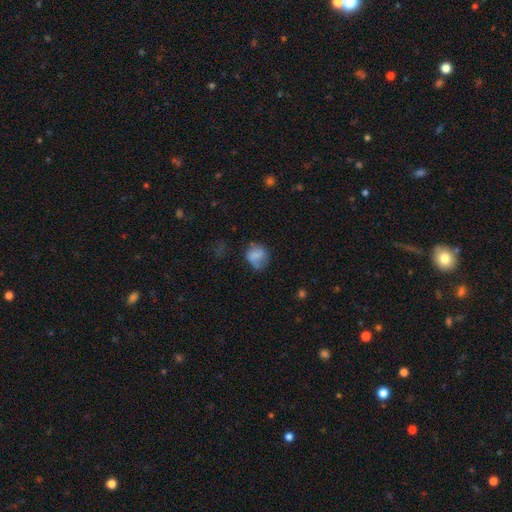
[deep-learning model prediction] A smooth galaxy with no disk features (75%) that is round (65%).

Vote fractions:
- Smooth or featured? smooth: 75% / featured or disk: 15% / star or artifact: 10%
- How rounded? round: 65% / in between: 33% / cigar-shaped: 1%
- Merging? none: 56% / minor disturbance: 28% / major disturbance: 13% / merger: 4%